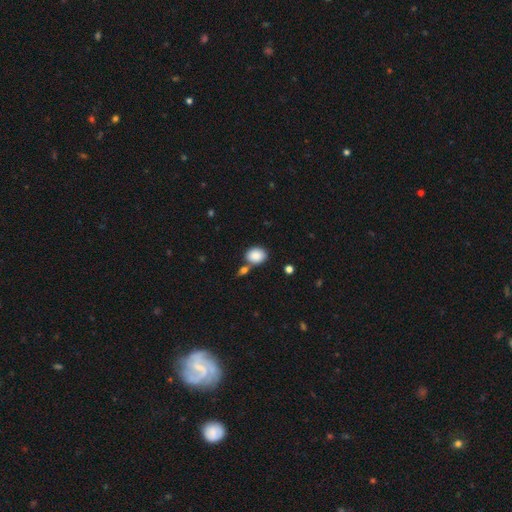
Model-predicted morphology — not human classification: A smooth galaxy with no disk features (87%) that is in between round and cigar-shaped (54%).

Vote fractions:
- Smooth or featured? smooth: 87% / star or artifact: 8% / featured or disk: 5%
- How rounded? in between: 54% / round: 45% / cigar-shaped: 1%
- Merging? none: 64% / merger: 19% / minor disturbance: 13% / major disturbance: 4%